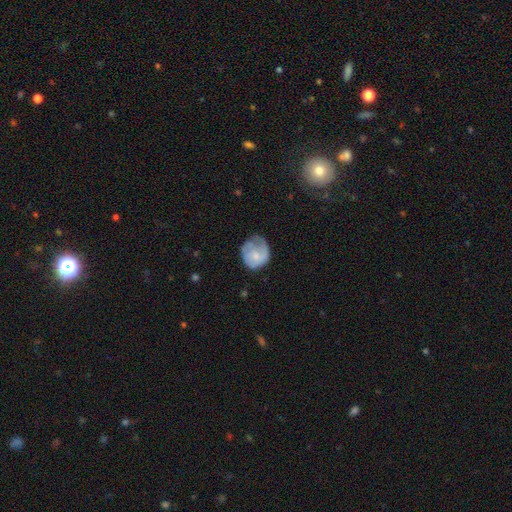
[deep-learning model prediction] A smooth galaxy with no disk features (56%) that is round (69%).

Vote fractions:
- Smooth or featured? smooth: 56% / featured or disk: 37% / star or artifact: 7%
- How rounded? round: 69% / in between: 30% / cigar-shaped: 1%
- Merging? none: 42% / minor disturbance: 34% / major disturbance: 23% / merger: 2%